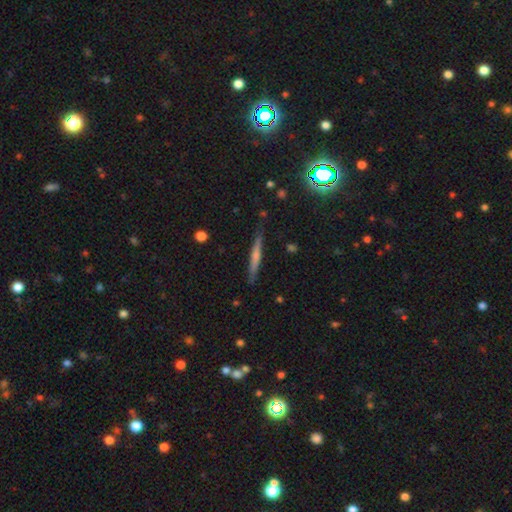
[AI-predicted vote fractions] Smooth or featured? Predicted: featured or disk (p=0.56). Edge-on disk? Predicted: yes (p=0.95). Edge-on bulge? Predicted: rounded (p=0.64). Merging? Predicted: none (p=0.88).